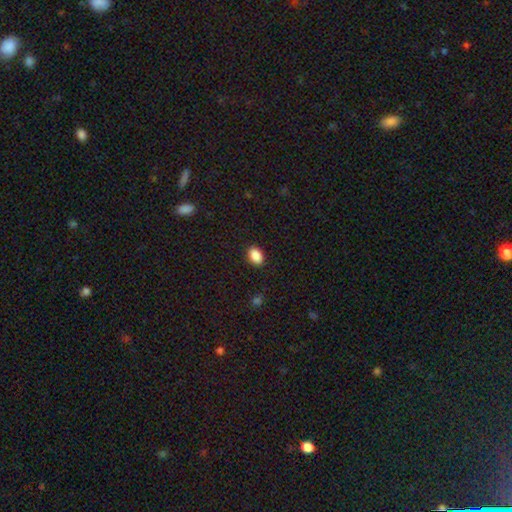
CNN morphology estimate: This is clearly a smooth galaxy (89%). How rounded: clearly in between (83%). Merging: clearly none (89%).